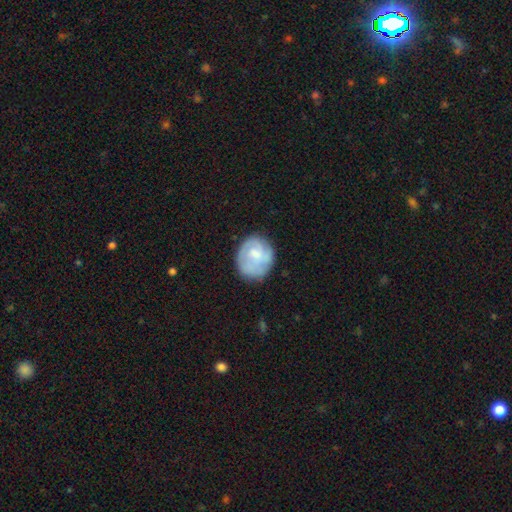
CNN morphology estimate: A smooth galaxy with no disk features (52%) that is round (68%). Merging: none (68%).